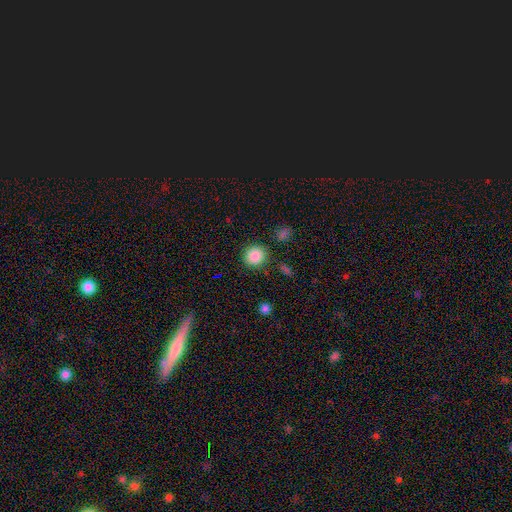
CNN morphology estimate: Smooth or featured?
  - smooth: 86% *
  - star or artifact: 10%
  - featured or disk: 4%
How rounded?
  - round: 89% *
  - in between: 10%
  - cigar-shaped: 1%
Merging?
  - none: 86% *
  - minor disturbance: 8%
  - merger: 3%
  - major disturbance: 3%